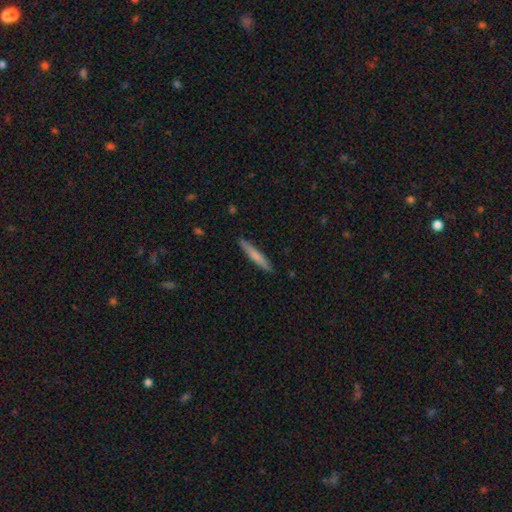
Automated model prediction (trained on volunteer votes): Smooth or featured? Predicted: smooth (p=0.70). How rounded? Predicted: cigar-shaped (p=0.95). Merging? Predicted: none (p=0.90).